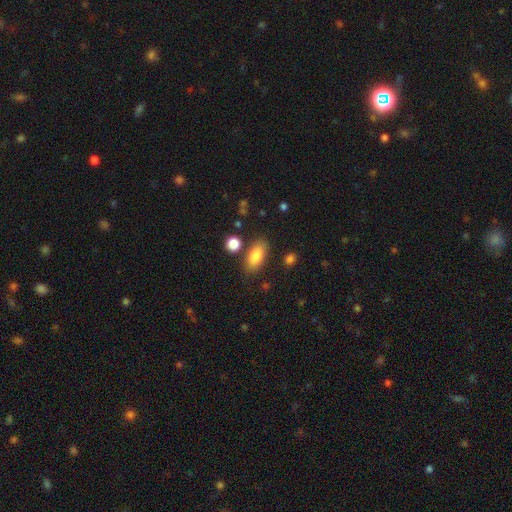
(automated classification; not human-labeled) smooth-or-featured: smooth: 83% | featured or disk: 10% | star or artifact: 7%
  how-rounded: in between: 86% | cigar-shaped: 9% | round: 5%
  merging: none: 79% | minor disturbance: 12% | merger: 5% | major disturbance: 3%